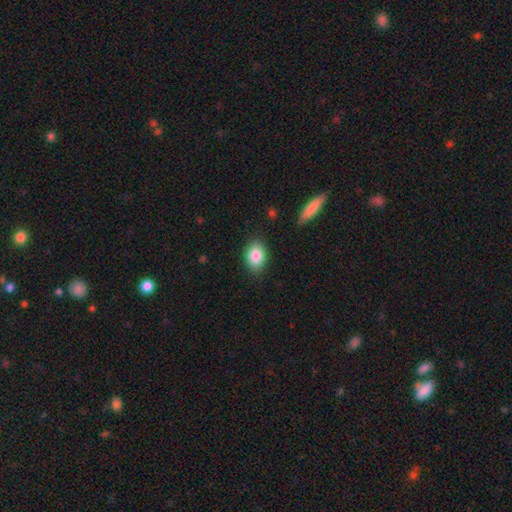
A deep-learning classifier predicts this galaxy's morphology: Overall: smooth (85%). How rounded: in between (76%). Merging: none (86%).